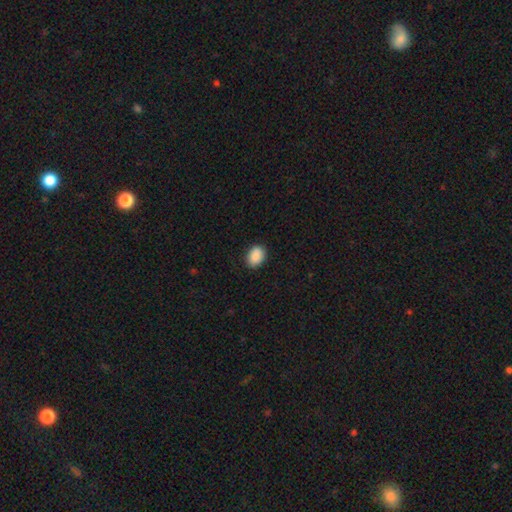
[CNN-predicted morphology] A smooth galaxy with no disk features (90%) that is in between round and cigar-shaped (76%).

Vote fractions:
- Smooth or featured? smooth: 90% / star or artifact: 7% / featured or disk: 3%
- How rounded? in between: 76% / round: 22% / cigar-shaped: 1%
- Merging? none: 86% / minor disturbance: 10% / major disturbance: 2% / merger: 1%